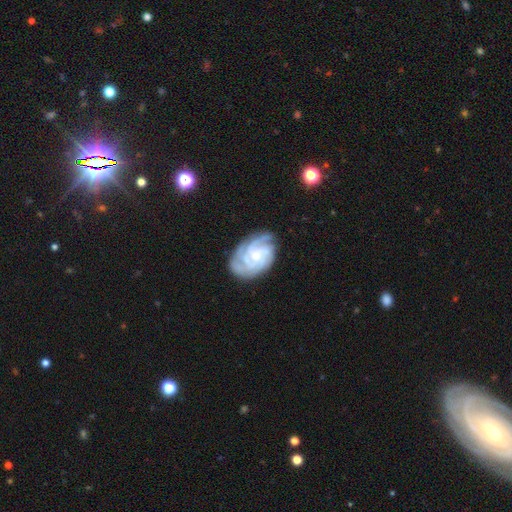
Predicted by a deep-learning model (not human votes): Smooth or featured?
  - featured or disk: 86% *
  - smooth: 9%
  - star or artifact: 6%
Edge-on disk?
  - no: 97% *
  - yes: 3%
Bar?
  - no: 68% *
  - weak: 27%
  - strong: 5%
Spiral arms?
  - yes: 97% *
  - no: 3%
Spiral winding?
  - tight: 68% *
  - medium: 28%
  - loose: 5%
Spiral arm count?
  - 4: 32% *
  - 3: 27%
  - can't tell: 20%
  - 2: 9%
  - more than 4: 7%
  - 1: 5%
Bulge size?
  - small: 65% *
  - moderate: 30%
  - none: 3%
  - large: 1%
  - dominant: 1%
Merging?
  - none: 73% *
  - minor disturbance: 19%
  - major disturbance: 6%
  - merger: 1%